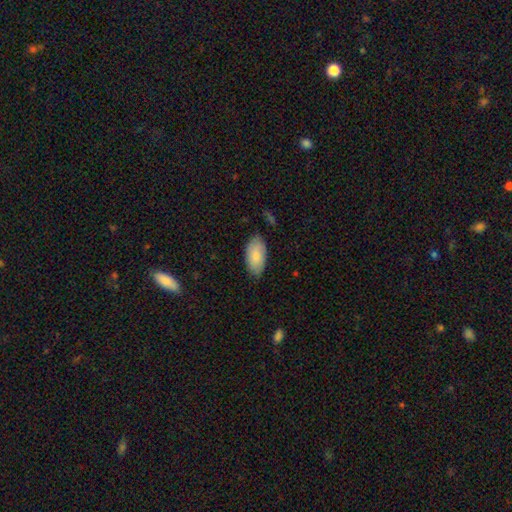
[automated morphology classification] type=smooth (83%); roundness=in between (95%); merging=none (78%).